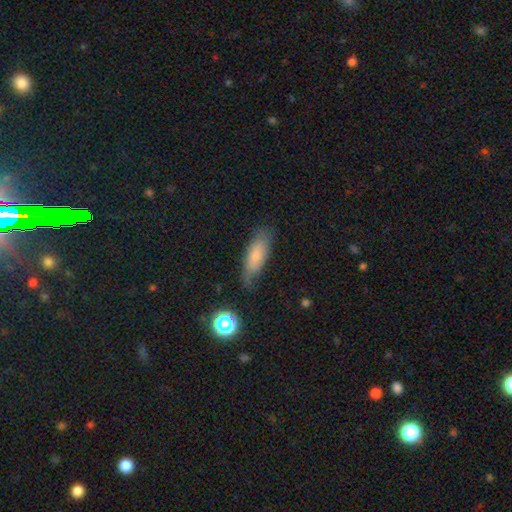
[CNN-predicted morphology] The model was most divided on "merging": none: 63%, minor disturbance: 27%, major disturbance: 8%, merger: 2%. More confident: smooth or featured — smooth (71%); how rounded — in between (69%).